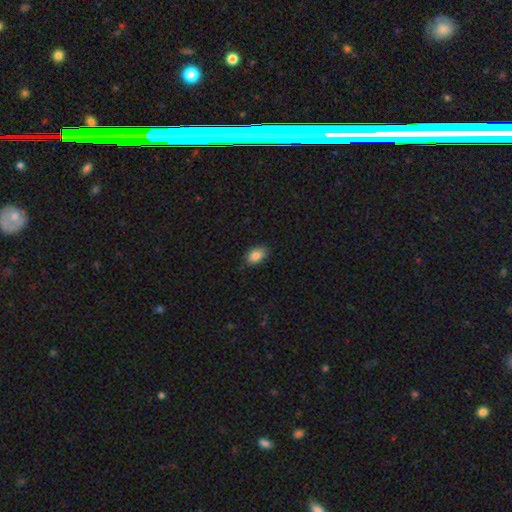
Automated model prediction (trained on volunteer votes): A smooth galaxy with no disk features (87%) that is in between round and cigar-shaped (88%). Merging: none (83%).